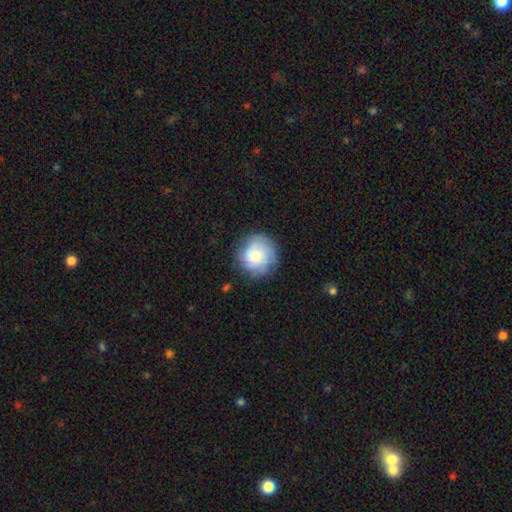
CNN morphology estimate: The model was most divided on "smooth or featured": smooth: 62%, featured or disk: 29%, star or artifact: 9%. More confident: how rounded — round (89%); merging — none (77%).